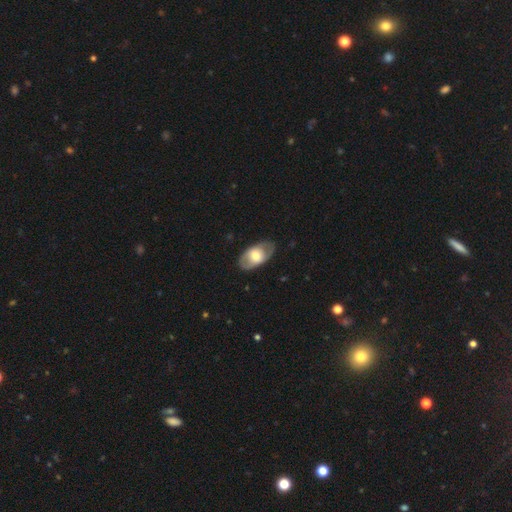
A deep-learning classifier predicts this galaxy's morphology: Q: Smooth or featured?
A: smooth (51%); runner-up: featured or disk (43%)
Q: How rounded?
A: in between (91%); runner-up: round (7%)
Q: Merging?
A: none (79%); runner-up: minor disturbance (16%)